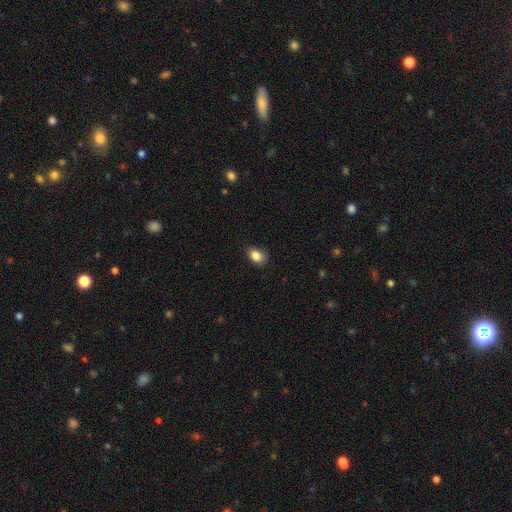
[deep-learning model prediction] This appears to be a smooth galaxy with no disk features (85%) that is in between round and cigar-shaped (69%). Merging: none (79%).